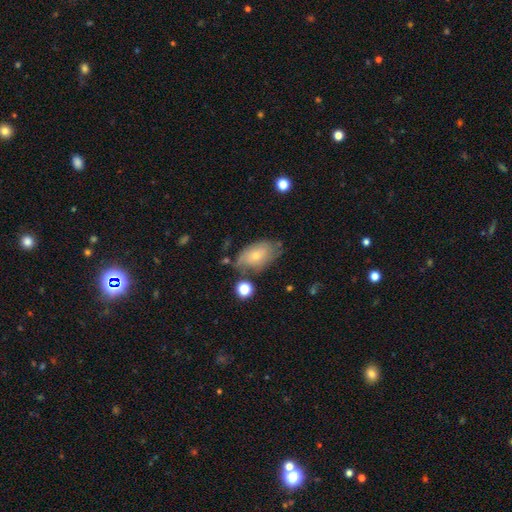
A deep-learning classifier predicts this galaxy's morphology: smooth-or-featured: smooth: 62% | featured or disk: 30% | star or artifact: 8%
  how-rounded: in between: 90% | round: 8% | cigar-shaped: 2%
  merging: none: 55% | minor disturbance: 28% | major disturbance: 10% | merger: 7%